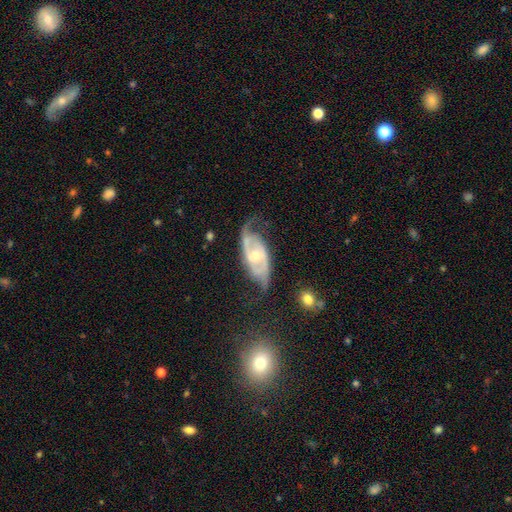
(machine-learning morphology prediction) This appears to be a featured or disk galaxy (86%) with no bar (53%), 2 (80%) medium (46%) spiral arms (95%) and a moderate central bulge (49%). Merging: none (59%).